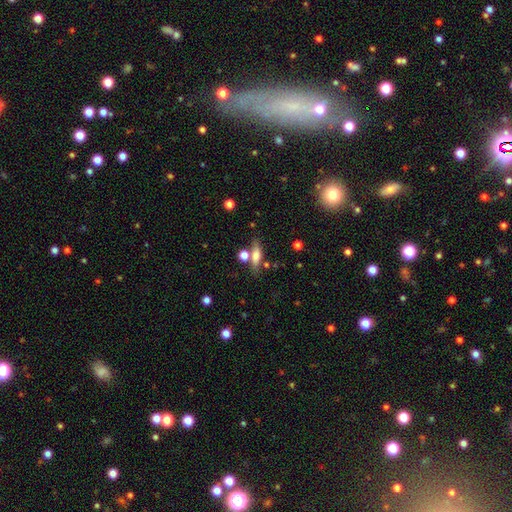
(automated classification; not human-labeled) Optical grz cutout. It shows a smooth galaxy with no disk features (62%) that is cigar-shaped (54%). Merging: none (66%).